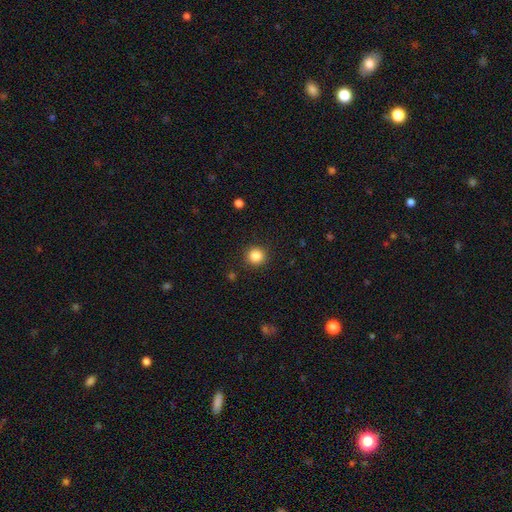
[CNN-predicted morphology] smooth-or-featured: smooth: 85% | star or artifact: 11% | featured or disk: 4%
  how-rounded: round: 93% | in between: 6% | cigar-shaped: 1%
  merging: none: 91% | minor disturbance: 6% | major disturbance: 2% | merger: 1%